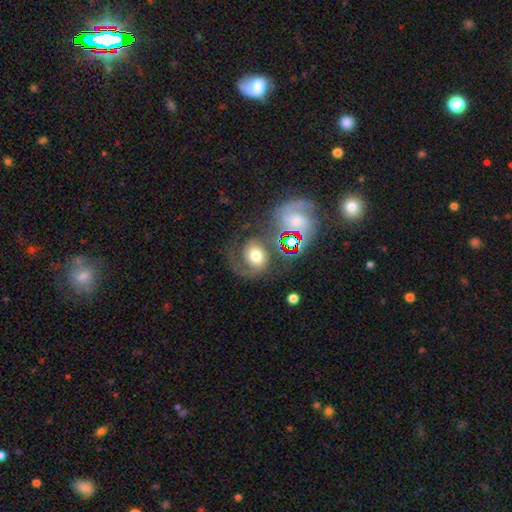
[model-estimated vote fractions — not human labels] featured or disk 57%, smooth 32%, star or artifact 11%. Down the decision tree: edge-on disk — no (97%); bar — no (67%); spiral arms — yes (87%); bulge size — moderate (55%); merging — none (42%).